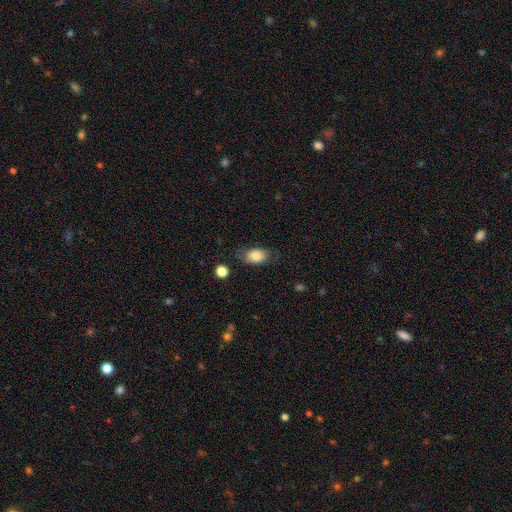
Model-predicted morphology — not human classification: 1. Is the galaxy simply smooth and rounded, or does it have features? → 79% smooth, 13% featured or disk, 8% star or artifact.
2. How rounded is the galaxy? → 83% in between, 16% round, 2% cigar-shaped.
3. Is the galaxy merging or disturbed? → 69% none, 21% minor disturbance, 8% major disturbance, 2% merger.